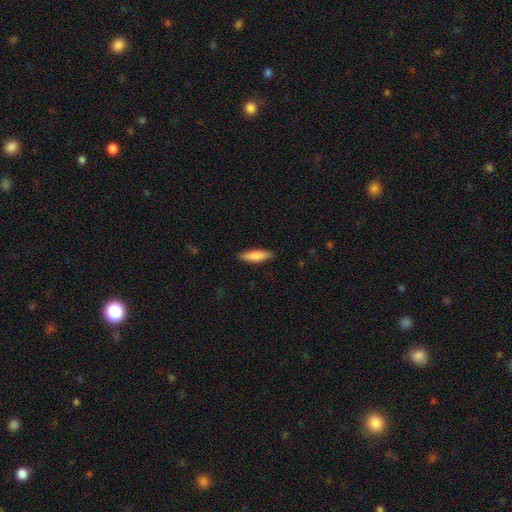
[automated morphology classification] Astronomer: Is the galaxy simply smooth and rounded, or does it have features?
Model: smooth — 83%.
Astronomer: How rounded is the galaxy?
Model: cigar-shaped — 60% (runner-up: in between, 38%).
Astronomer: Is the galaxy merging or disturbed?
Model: none — 88%.